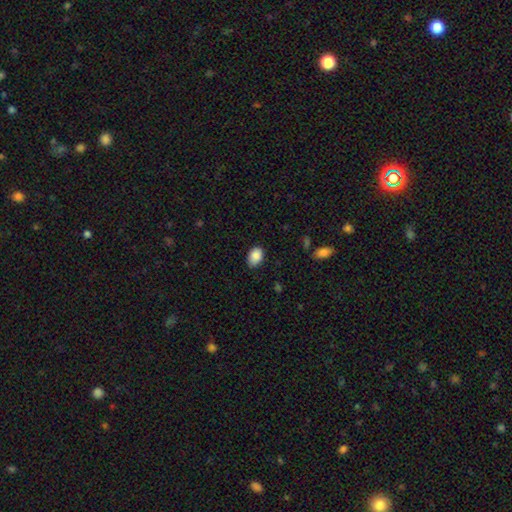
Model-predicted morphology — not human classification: Overall: smooth (88%). How rounded: in between (84%). Merging: none (79%).